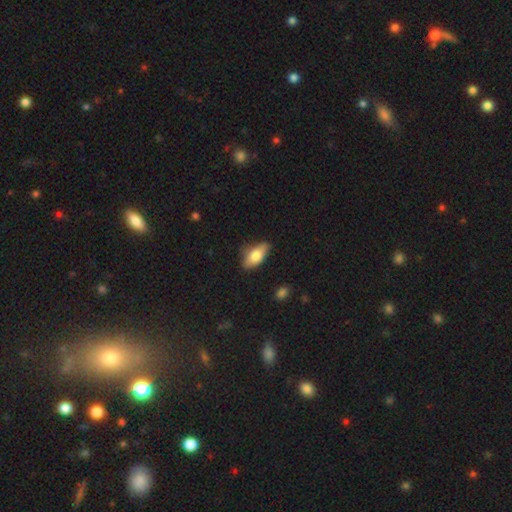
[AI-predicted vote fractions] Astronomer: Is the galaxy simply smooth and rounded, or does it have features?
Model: smooth — 77%.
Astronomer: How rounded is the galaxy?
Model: in between — 86%.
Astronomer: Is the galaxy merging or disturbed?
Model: none — 69%.